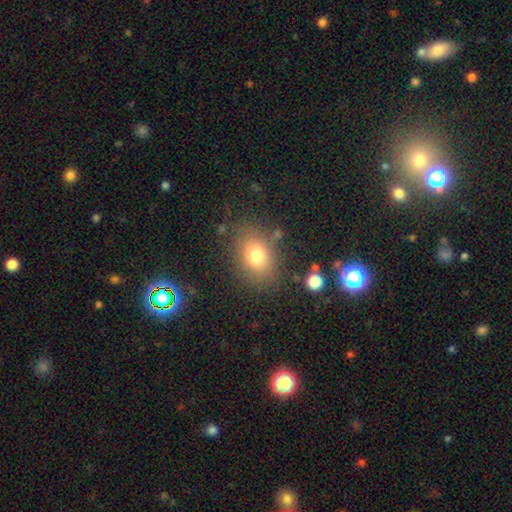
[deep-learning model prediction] smooth 75%, star or artifact 13%, featured or disk 12%. Down the decision tree: how rounded — in between (63%); merging — none (78%).